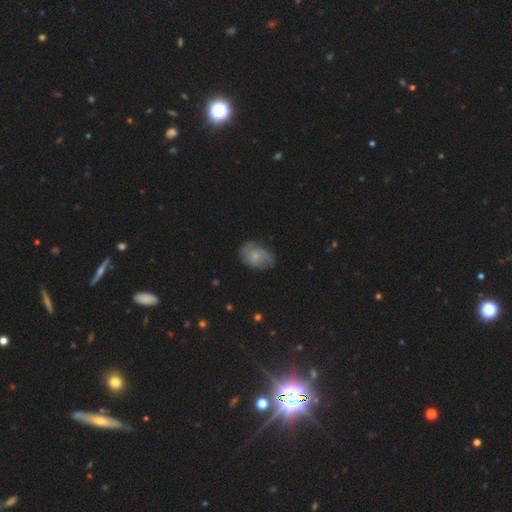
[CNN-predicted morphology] type=featured or disk (50%); edge-on=no (97%); merging=none (61%).